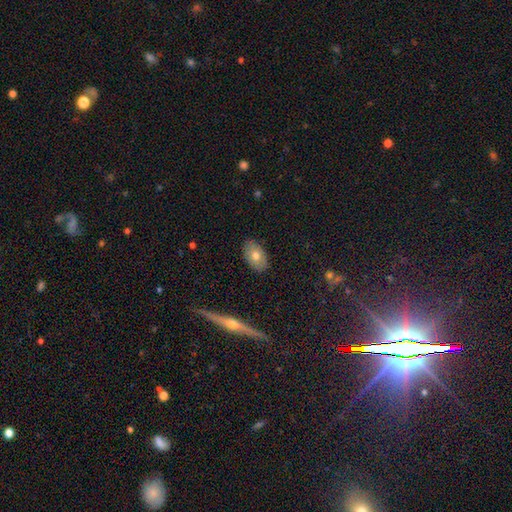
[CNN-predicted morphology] Smooth or featured? smooth (70%)
How rounded? in between (89%)
Merging? none (86%)